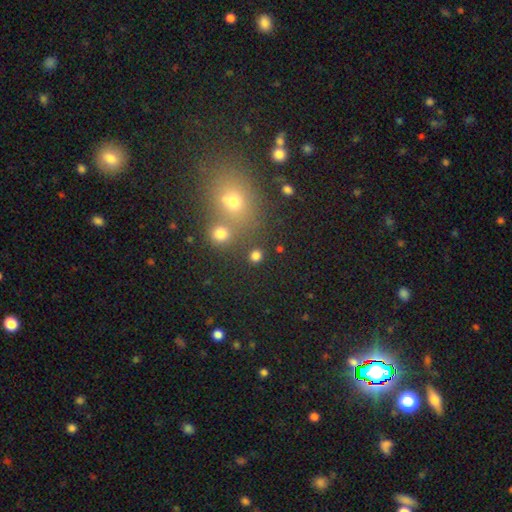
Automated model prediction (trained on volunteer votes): Morphology: type=smooth (79%); roundness=round (80%); merging=none (81%).